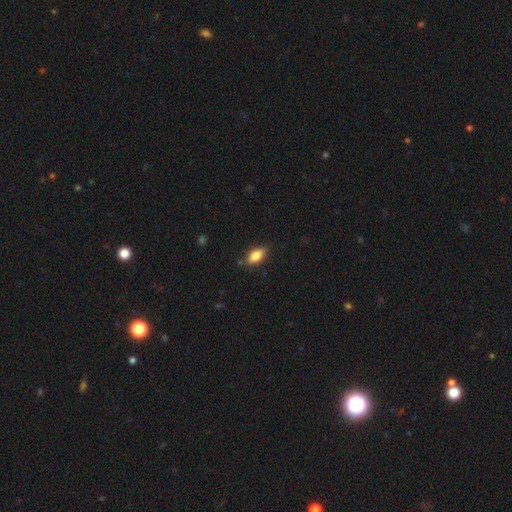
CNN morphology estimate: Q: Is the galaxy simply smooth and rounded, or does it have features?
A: smooth — 85%.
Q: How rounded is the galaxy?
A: in between — 89%.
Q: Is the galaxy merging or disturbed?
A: none — 80%.